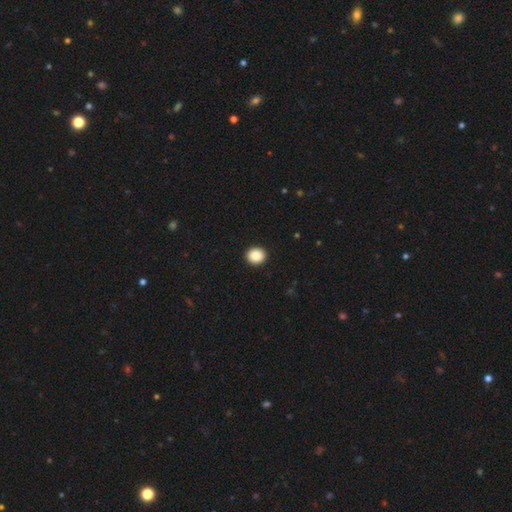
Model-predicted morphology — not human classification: smooth-or-featured: smooth: 89% | star or artifact: 8% | featured or disk: 3%
  how-rounded: round: 78% | in between: 21% | cigar-shaped: 1%
  merging: none: 93% | minor disturbance: 5% | major disturbance: 2% | merger: 1%